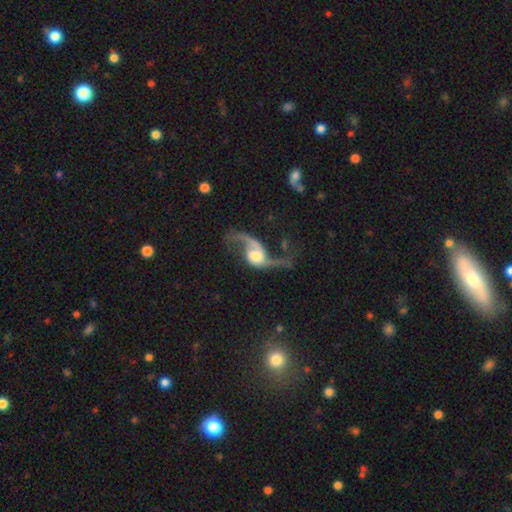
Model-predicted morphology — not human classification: A featured or disk galaxy (85%) with no bar (65%), 2 (86%) loose (84%) spiral arms (94%) and a moderate central bulge (46%). Merging: none (42%).